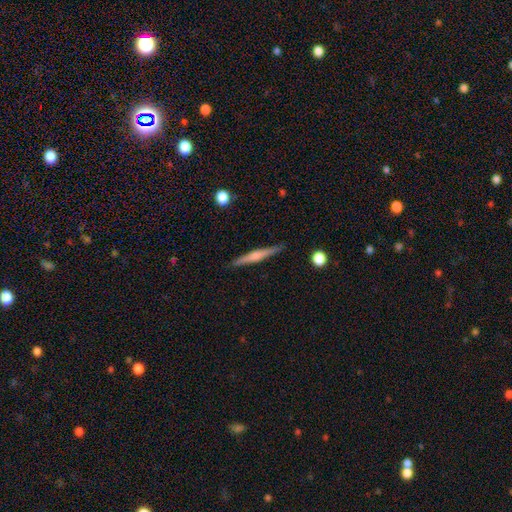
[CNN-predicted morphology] A featured or disk galaxy (59%) viewed edge-on (98%) with a rounded central bulge (67%). Merging: none (89%).